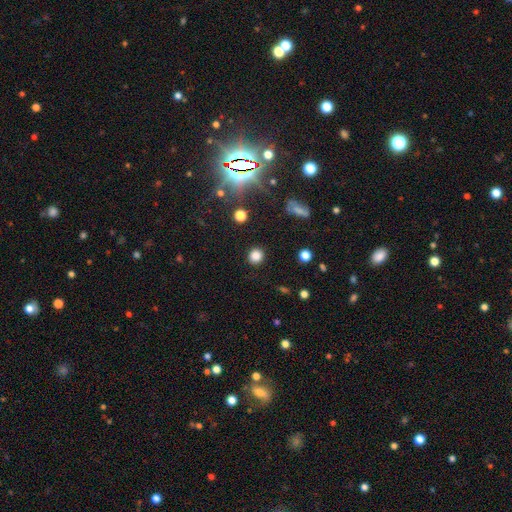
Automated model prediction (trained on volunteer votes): Overall: smooth (81%). How rounded: round (89%). Merging: none (89%).